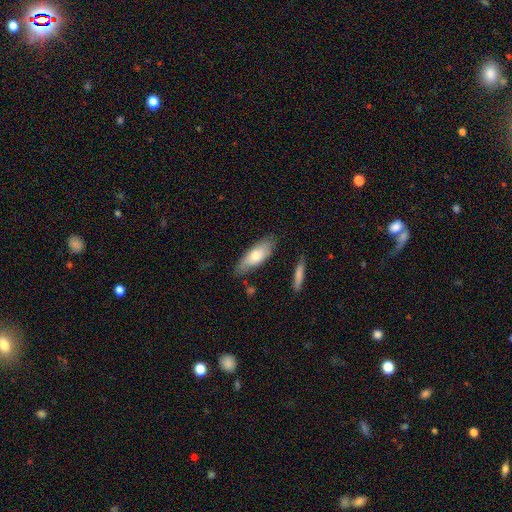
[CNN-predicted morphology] A smooth galaxy with no disk features (69%) that is in between round and cigar-shaped (70%).

Vote fractions:
- Smooth or featured? smooth: 69% / featured or disk: 25% / star or artifact: 6%
- How rounded? in between: 70% / cigar-shaped: 28% / round: 2%
- Merging? none: 74% / minor disturbance: 19% / major disturbance: 4% / merger: 3%